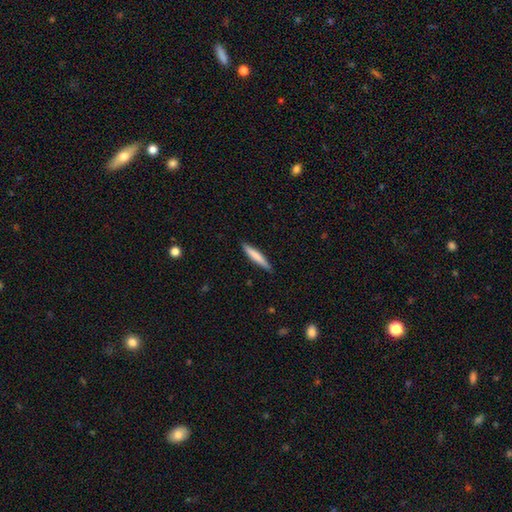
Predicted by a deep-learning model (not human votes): The model was most divided on "smooth or featured": smooth: 74%, featured or disk: 20%, star or artifact: 5%. More confident: how rounded — cigar-shaped (92%); merging — none (87%).